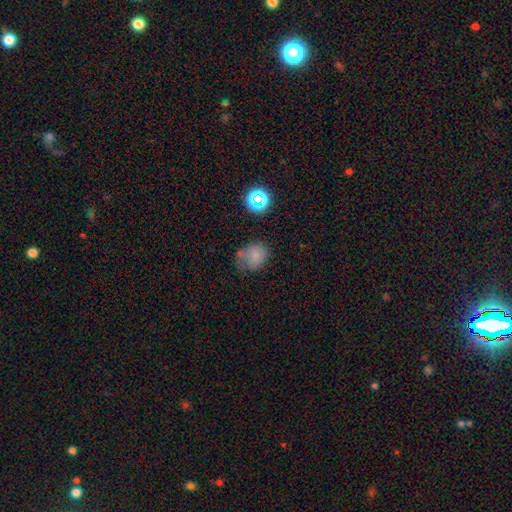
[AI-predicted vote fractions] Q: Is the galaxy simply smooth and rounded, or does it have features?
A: smooth — 72%.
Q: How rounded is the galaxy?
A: in between — 51%.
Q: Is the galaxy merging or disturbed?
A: none — 46%.